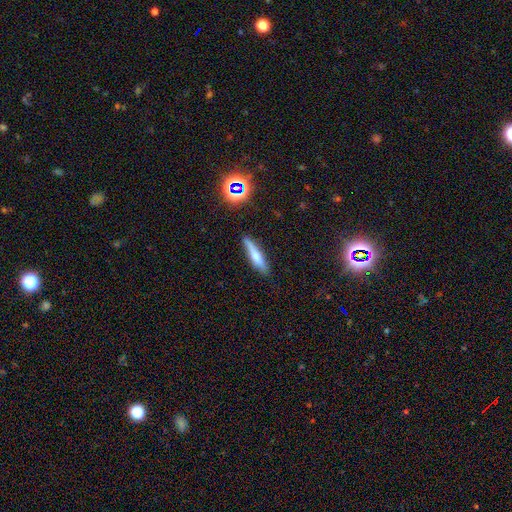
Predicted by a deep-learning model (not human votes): smooth-or-featured: smooth: 57% | featured or disk: 34% | star or artifact: 9%
  how-rounded: cigar-shaped: 84% | in between: 14% | round: 2%
  merging: none: 82% | minor disturbance: 14% | major disturbance: 3% | merger: 2%